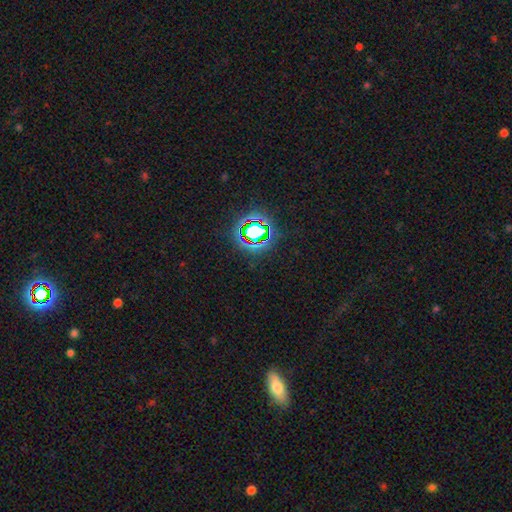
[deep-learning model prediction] A star or artifact, not a galaxy (77%).

Vote fractions:
- Smooth or featured? star or artifact: 77% / smooth: 14% / featured or disk: 9%